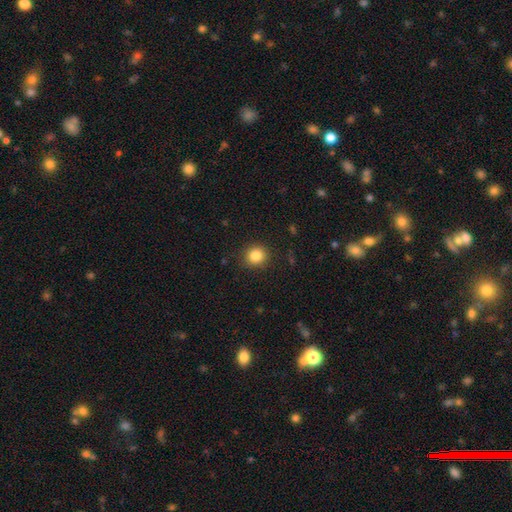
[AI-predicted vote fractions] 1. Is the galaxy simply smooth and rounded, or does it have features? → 84% smooth, 11% star or artifact, 5% featured or disk.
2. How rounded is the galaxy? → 88% round, 11% in between, 1% cigar-shaped.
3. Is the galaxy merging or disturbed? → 89% none, 8% minor disturbance, 3% major disturbance, 1% merger.